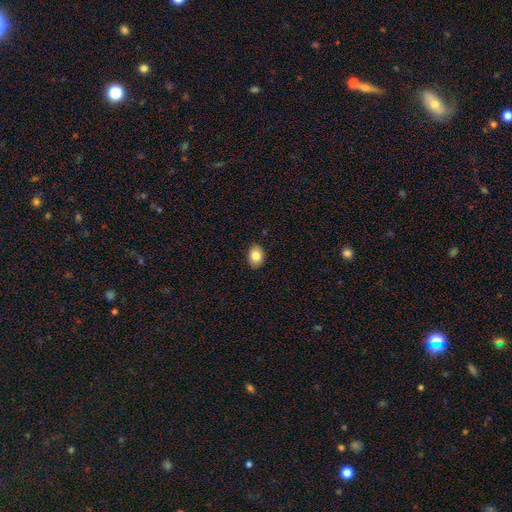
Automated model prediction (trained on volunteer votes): This appears to be a smooth galaxy with no disk features (84%) that is in between round and cigar-shaped (62%). Merging: none (89%).